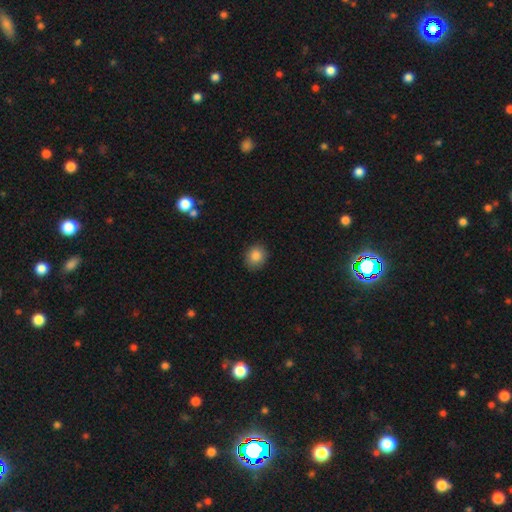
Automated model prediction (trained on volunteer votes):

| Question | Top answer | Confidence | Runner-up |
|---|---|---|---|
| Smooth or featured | smooth | 86% | star or artifact (9%) |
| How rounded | round | 70% | in between (30%) |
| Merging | none | 87% | minor disturbance (10%) |